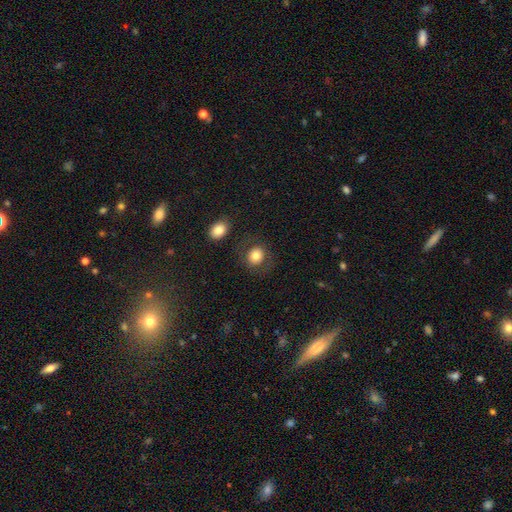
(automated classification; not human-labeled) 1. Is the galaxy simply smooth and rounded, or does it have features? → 79% smooth, 12% featured or disk, 9% star or artifact.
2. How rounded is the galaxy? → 70% round, 30% in between, 1% cigar-shaped.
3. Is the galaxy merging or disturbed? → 79% none, 11% minor disturbance, 6% major disturbance, 4% merger.